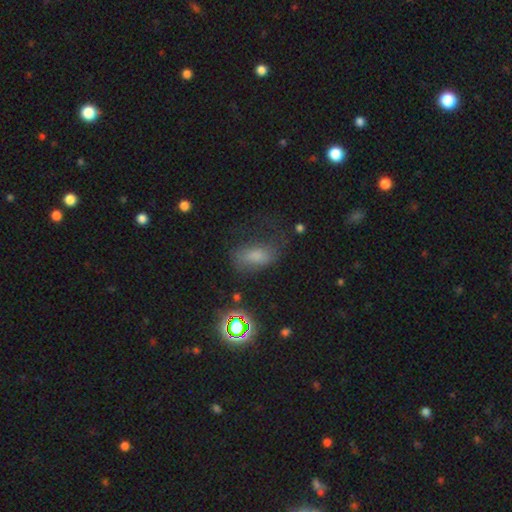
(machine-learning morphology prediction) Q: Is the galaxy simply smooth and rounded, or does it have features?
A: smooth — 61%.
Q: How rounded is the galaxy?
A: in between — 85%.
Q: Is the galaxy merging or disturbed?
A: none — 44%.